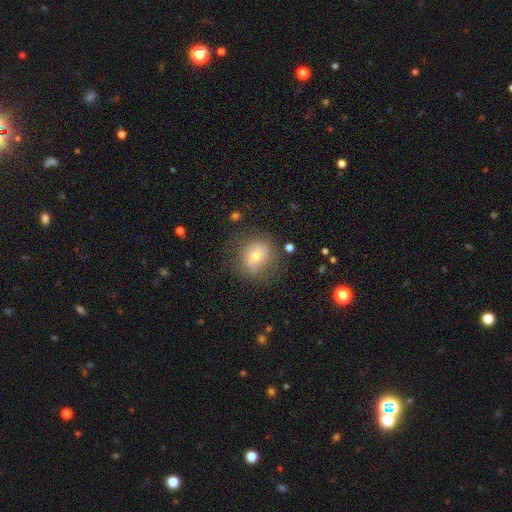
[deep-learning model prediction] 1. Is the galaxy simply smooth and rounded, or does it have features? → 56% smooth, 32% featured or disk, 12% star or artifact.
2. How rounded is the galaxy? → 74% round, 25% in between, 1% cigar-shaped.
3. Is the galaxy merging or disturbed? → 71% none, 18% minor disturbance, 9% major disturbance, 2% merger.